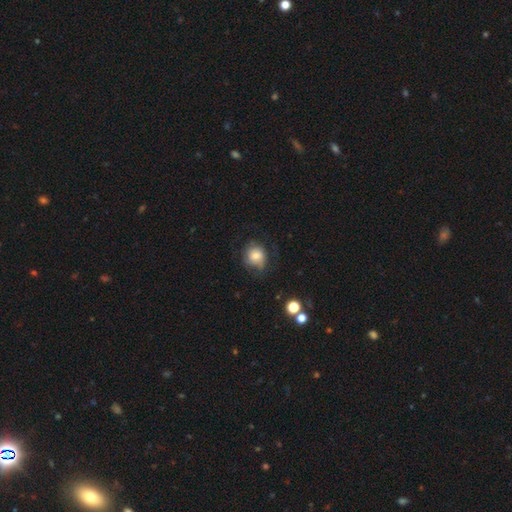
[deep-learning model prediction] This is likely a smooth galaxy (74%). How rounded: likely round (77%). Merging: likely none (61%).